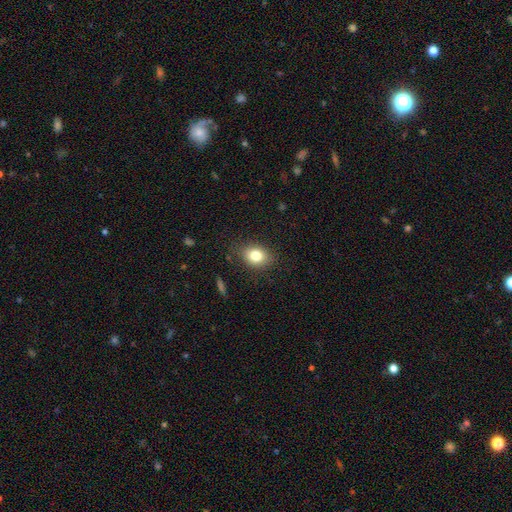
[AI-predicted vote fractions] Smooth or featured? smooth (80%)
How rounded? in between (60%)
Merging? none (82%)